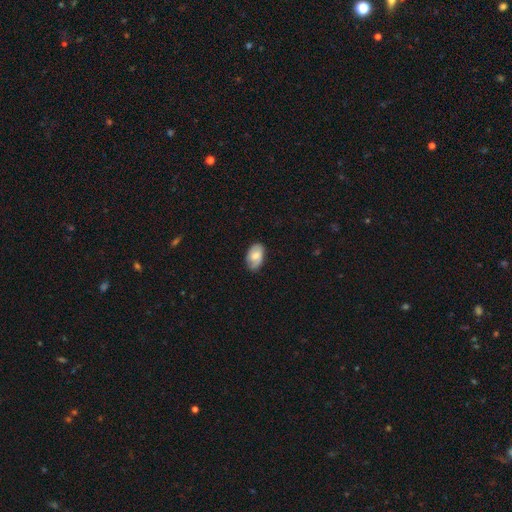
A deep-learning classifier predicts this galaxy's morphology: Q: Smooth or featured?
A: smooth (62%); runner-up: featured or disk (30%)
Q: How rounded?
A: in between (91%); runner-up: round (7%)
Q: Merging?
A: none (75%); runner-up: minor disturbance (20%)